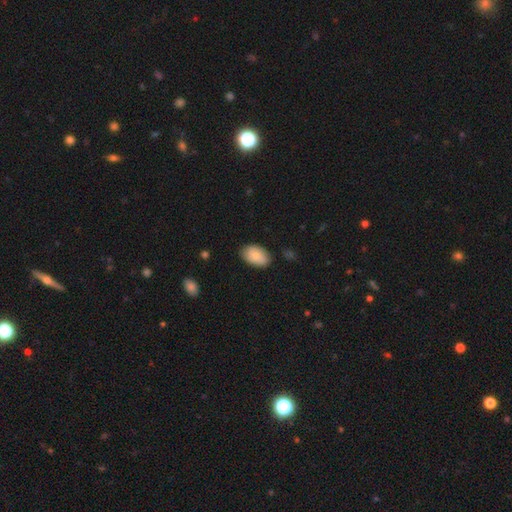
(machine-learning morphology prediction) A smooth galaxy with no disk features (84%) that is in between round and cigar-shaped (92%).

Vote fractions:
- Smooth or featured? smooth: 84% / featured or disk: 10% / star or artifact: 6%
- How rounded? in between: 92% / round: 7% / cigar-shaped: 1%
- Merging? none: 81% / minor disturbance: 15% / major disturbance: 3% / merger: 1%